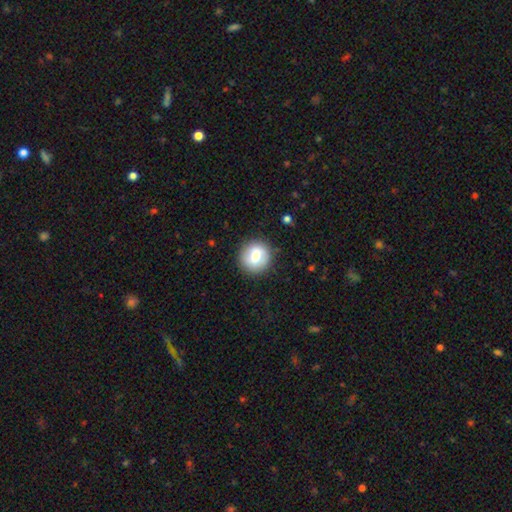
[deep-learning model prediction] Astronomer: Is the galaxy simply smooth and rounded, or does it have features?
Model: smooth — 69%.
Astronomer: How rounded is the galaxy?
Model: round — 91%.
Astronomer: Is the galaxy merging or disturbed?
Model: none — 87%.